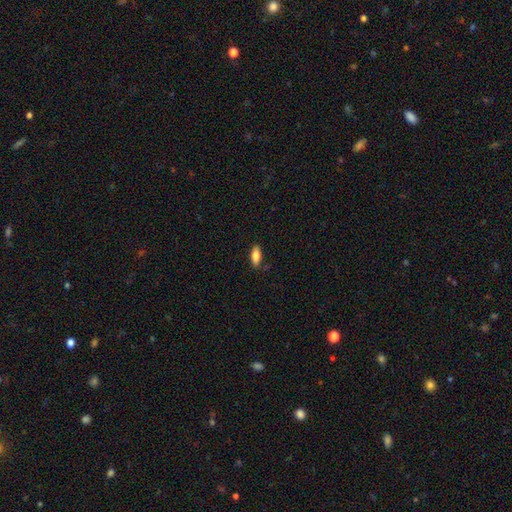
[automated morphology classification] Smooth or featured?
  - smooth: 81% *
  - featured or disk: 13%
  - star or artifact: 7%
How rounded?
  - in between: 77% *
  - cigar-shaped: 21%
  - round: 2%
Merging?
  - none: 86% *
  - minor disturbance: 11%
  - major disturbance: 2%
  - merger: 1%